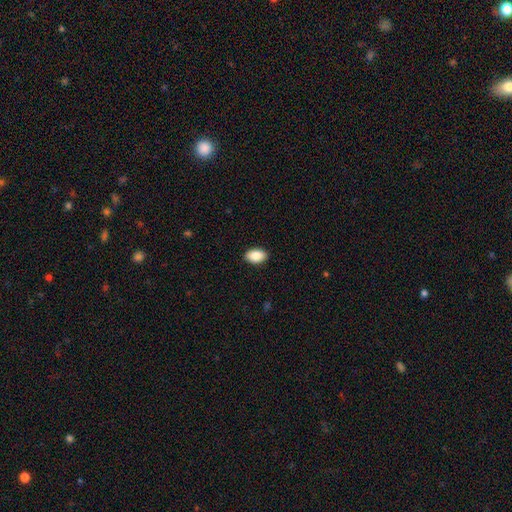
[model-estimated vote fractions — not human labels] smooth_or_featured: smooth (p=0.89) [alt: star or artifact p=0.07]
how_rounded: in between (p=0.92) [alt: round p=0.07]
merging: none (p=0.90) [alt: minor disturbance p=0.07]